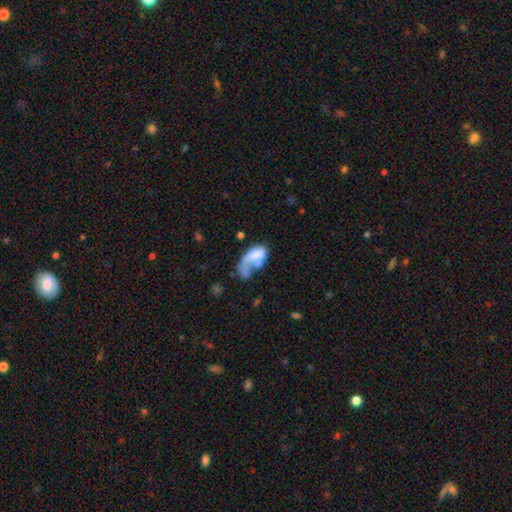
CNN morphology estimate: smooth-or-featured: smooth: 51% | featured or disk: 41% | star or artifact: 8%
  how-rounded: in between: 89% | round: 8% | cigar-shaped: 3%
  merging: major disturbance: 50% | none: 18% | merger: 18% | minor disturbance: 14%